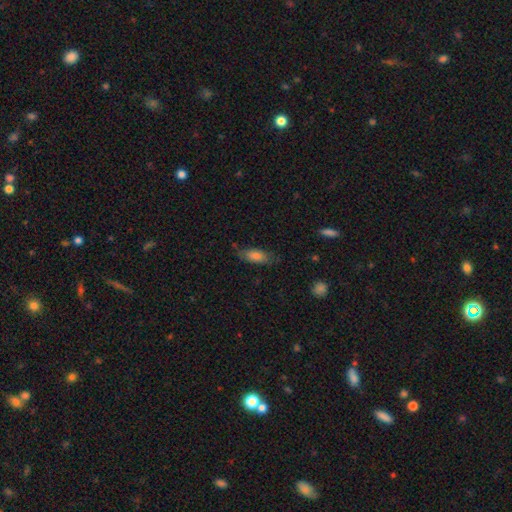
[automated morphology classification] Overall: smooth (77%). How rounded: in between (76%). Merging: none (71%).